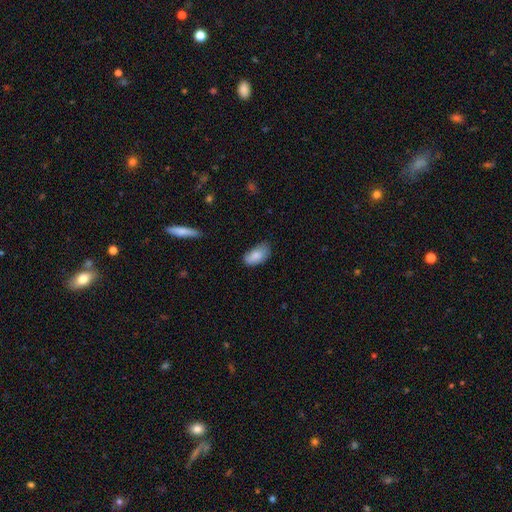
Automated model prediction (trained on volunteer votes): Smooth or featured: smooth — 85% (featured or disk — 8%)
How rounded: in between — 94% (round — 4%)
Merging: none — 62% (minor disturbance — 30%)